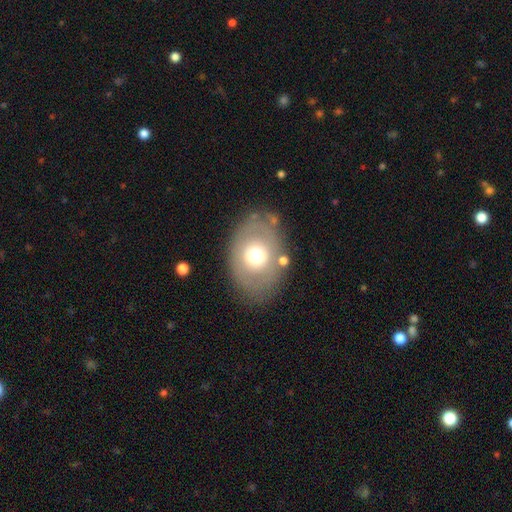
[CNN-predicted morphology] This appears to be a smooth galaxy with no disk features (57%) that is in between round and cigar-shaped (68%). Merging: none (76%).